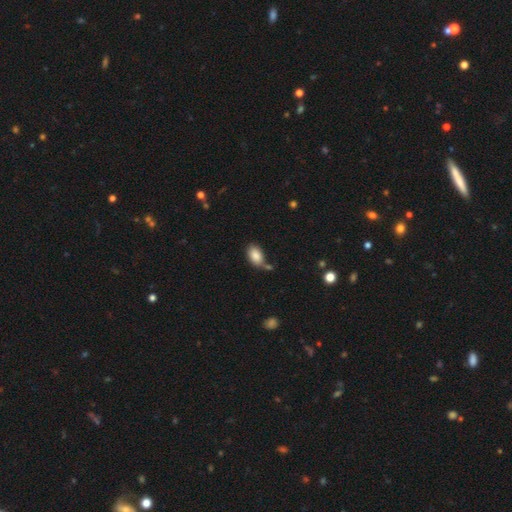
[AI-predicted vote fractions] Overall: smooth (85%). How rounded: in between (90%). Merging: none (58%; minor disturbance 20%).